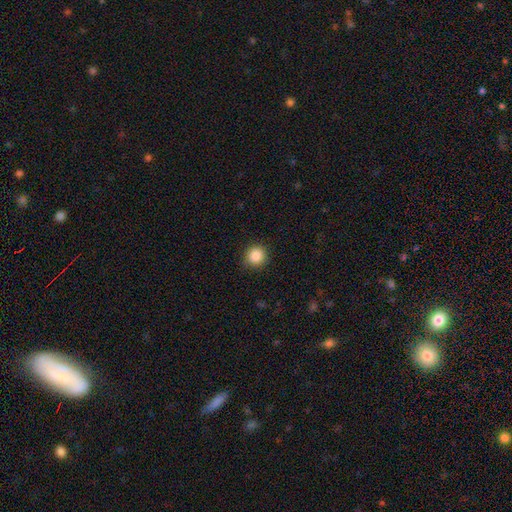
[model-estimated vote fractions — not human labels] Smooth or featured? smooth (87%)
How rounded? round (92%)
Merging? none (89%)